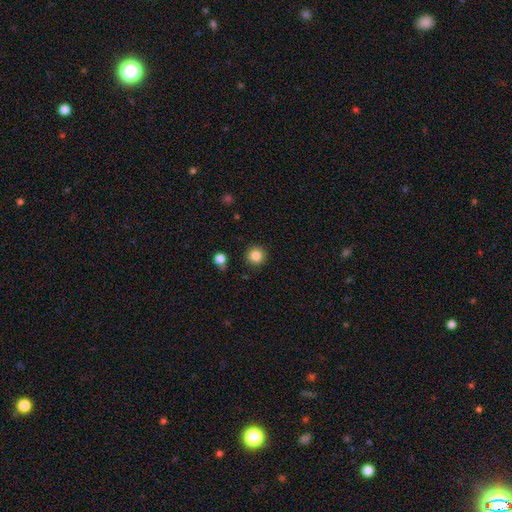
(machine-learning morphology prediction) smooth_or_featured: smooth (p=0.85) [alt: star or artifact p=0.10]
how_rounded: round (p=0.95) [alt: in between p=0.04]
merging: none (p=0.91) [alt: minor disturbance p=0.06]